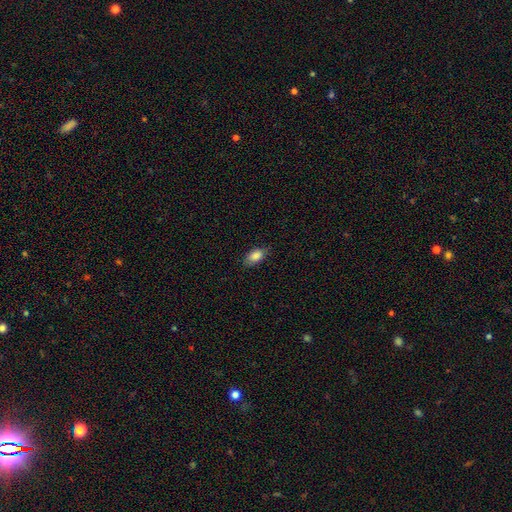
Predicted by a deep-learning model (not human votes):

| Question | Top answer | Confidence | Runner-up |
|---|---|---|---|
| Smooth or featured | smooth | 86% | star or artifact (8%) |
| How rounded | in between | 90% | round (5%) |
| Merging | none | 79% | minor disturbance (16%) |